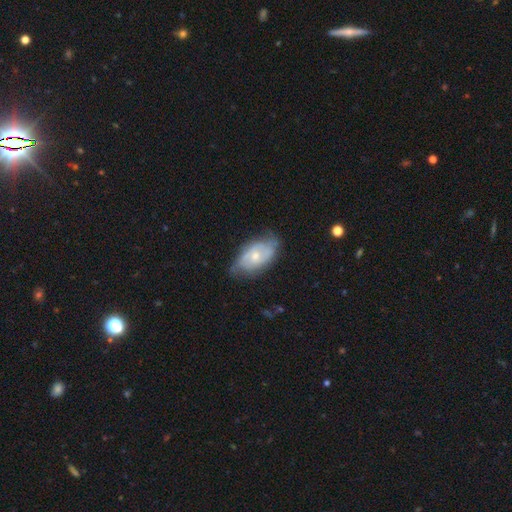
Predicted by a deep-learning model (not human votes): This appears to be a featured or disk galaxy (63%) with no bar (68%), spiral arms (76%) and a moderate central bulge (48%). Merging: none (63%).